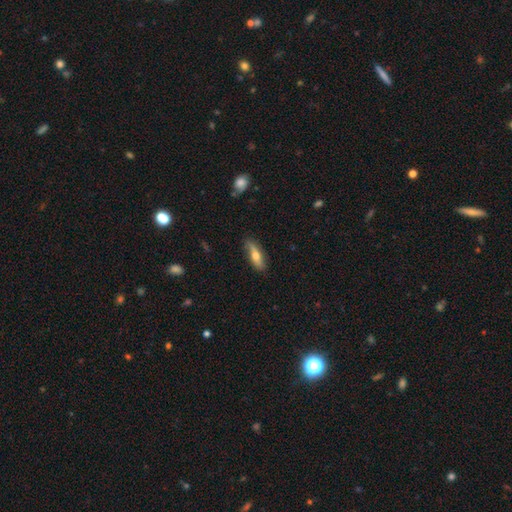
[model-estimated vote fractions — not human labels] Smooth or featured?
  - smooth: 56% *
  - featured or disk: 37%
  - star or artifact: 6%
How rounded?
  - cigar-shaped: 55% *
  - in between: 43%
  - round: 3%
Merging?
  - none: 79% *
  - minor disturbance: 17%
  - major disturbance: 3%
  - merger: 1%